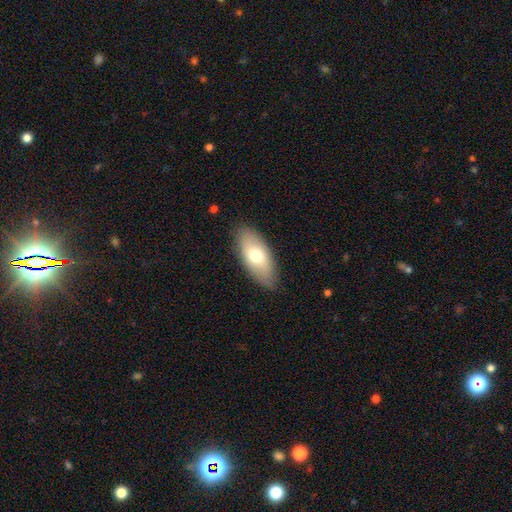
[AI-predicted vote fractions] This appears to be a smooth galaxy with no disk features (68%) that is in between round and cigar-shaped (88%). Merging: none (84%).